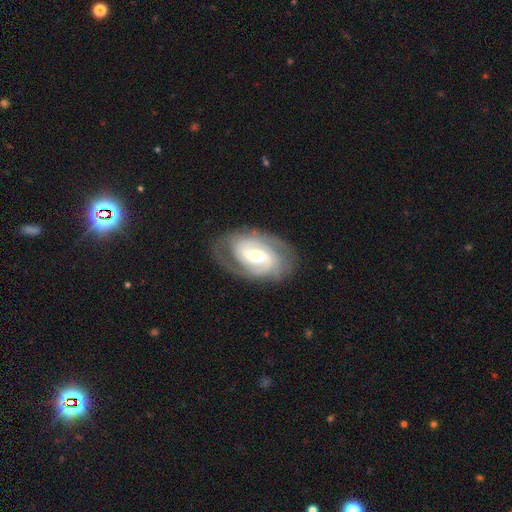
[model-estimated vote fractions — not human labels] Q: Smooth or featured?
A: featured or disk (86%); runner-up: smooth (10%)
Q: Edge-on disk?
A: no (97%); runner-up: yes (3%)
Q: Bar?
A: weak (50%); runner-up: no (29%)
Q: Spiral arms?
A: yes (96%); runner-up: no (4%)
Q: Spiral winding?
A: tight (48%); runner-up: medium (41%)
Q: Spiral arm count?
A: 2 (61%); runner-up: 3 (15%)
Q: Bulge size?
A: moderate (56%); runner-up: small (27%)
Q: Merging?
A: none (76%); runner-up: minor disturbance (16%)